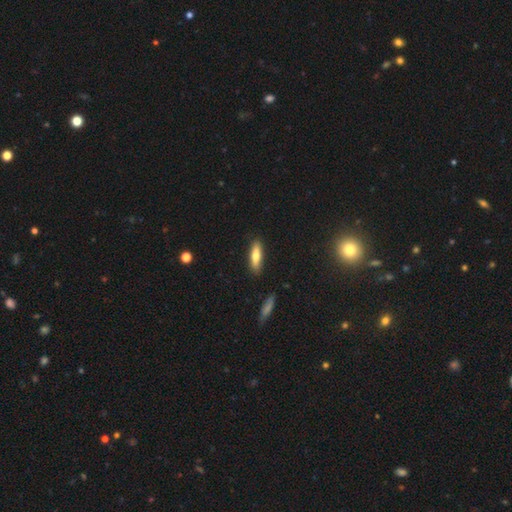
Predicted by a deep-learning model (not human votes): Smooth or featured? Predicted: smooth (p=0.72). How rounded? Predicted: cigar-shaped (p=0.57). Merging? Predicted: none (p=0.87).